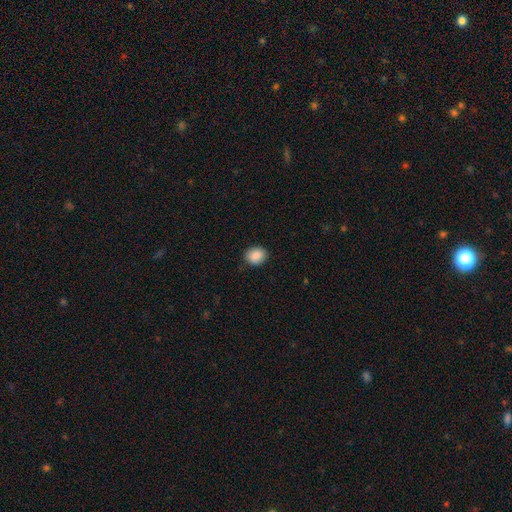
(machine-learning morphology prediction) Smooth or featured: smooth — 89% (star or artifact — 8%)
How rounded: round — 59% (in between — 40%)
Merging: none — 87% (minor disturbance — 9%)